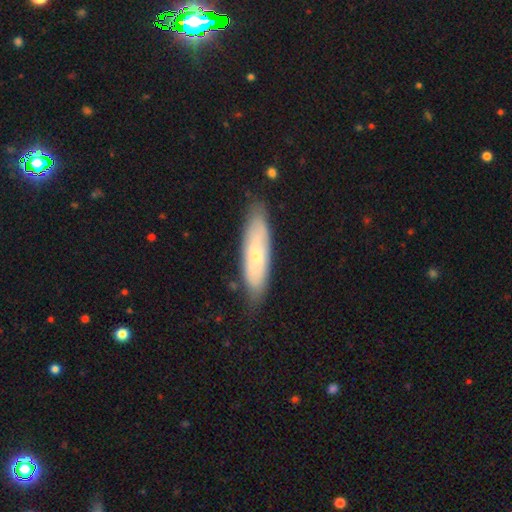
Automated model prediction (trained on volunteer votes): Smooth or featured?
  - smooth: 53% *
  - featured or disk: 41%
  - star or artifact: 6%
How rounded?
  - cigar-shaped: 60% *
  - in between: 39%
  - round: 2%
Merging?
  - none: 78% *
  - minor disturbance: 17%
  - major disturbance: 3%
  - merger: 2%